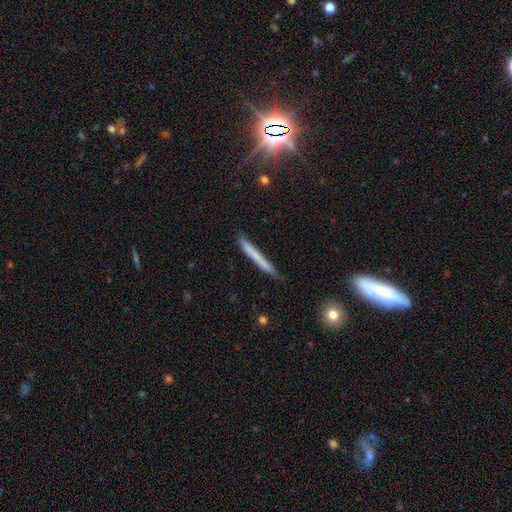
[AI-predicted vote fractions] A smooth galaxy with no disk features (60%) that is cigar-shaped (96%).

Vote fractions:
- Smooth or featured? smooth: 60% / featured or disk: 32% / star or artifact: 7%
- How rounded? cigar-shaped: 96% / in between: 2% / round: 2%
- Merging? none: 81% / minor disturbance: 15% / major disturbance: 2% / merger: 2%